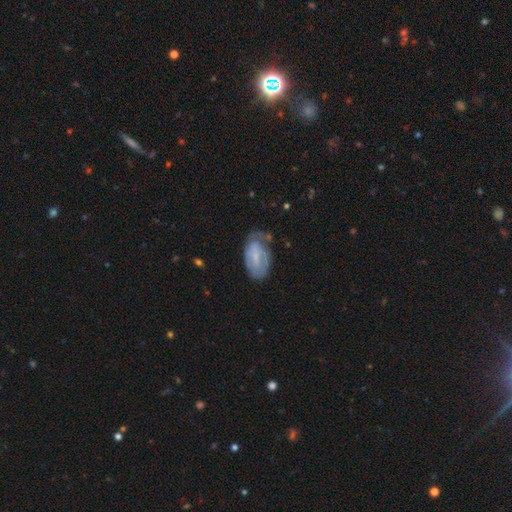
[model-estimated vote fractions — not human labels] A smooth galaxy with no disk features (48%). Merging: none (45%).